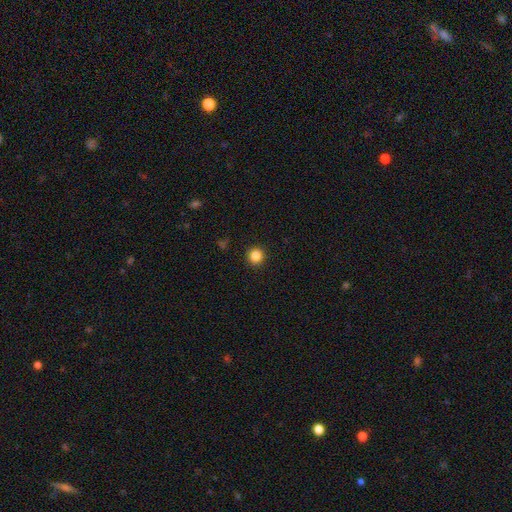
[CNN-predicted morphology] Smooth or featured?
  - smooth: 85% *
  - star or artifact: 11%
  - featured or disk: 4%
How rounded?
  - round: 94% *
  - in between: 5%
  - cigar-shaped: 1%
Merging?
  - none: 92% *
  - minor disturbance: 5%
  - major disturbance: 2%
  - merger: 1%